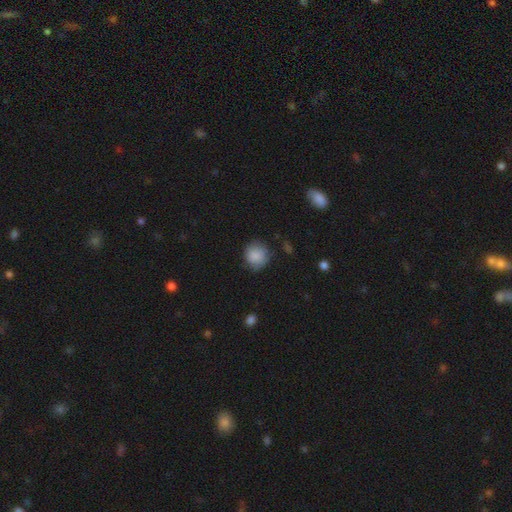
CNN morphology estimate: Overall: smooth (87%). How rounded: round (88%). Merging: none (75%).